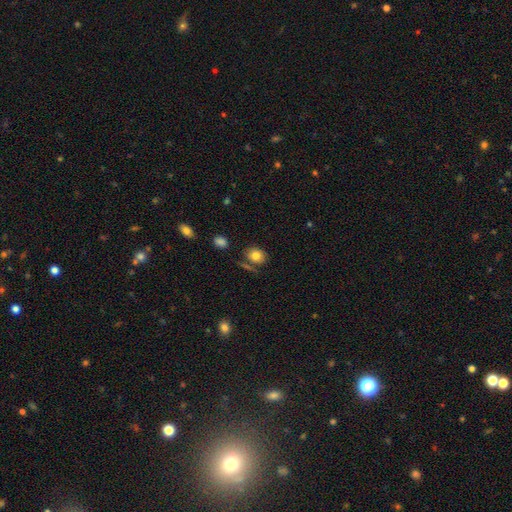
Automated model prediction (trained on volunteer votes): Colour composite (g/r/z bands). It shows a smooth galaxy with no disk features (80%) that is in between round and cigar-shaped (53%). Merging: none (73%).